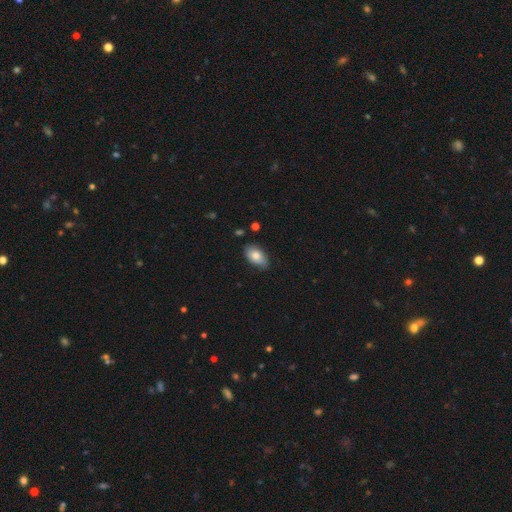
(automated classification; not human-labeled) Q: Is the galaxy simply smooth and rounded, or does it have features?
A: smooth — 79%.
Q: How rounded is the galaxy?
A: in between — 93%.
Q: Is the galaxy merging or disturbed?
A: none — 78%.